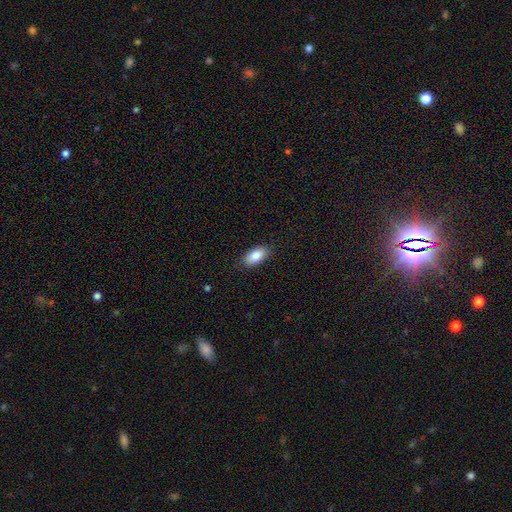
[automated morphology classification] smooth-or-featured: smooth: 85% | featured or disk: 8% | star or artifact: 7%
  how-rounded: in between: 92% | cigar-shaped: 5% | round: 3%
  merging: none: 87% | minor disturbance: 10% | major disturbance: 2% | merger: 1%